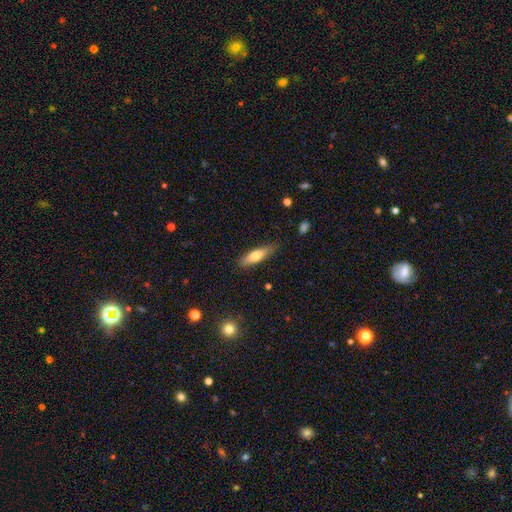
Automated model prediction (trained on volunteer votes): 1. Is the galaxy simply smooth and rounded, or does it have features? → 64% smooth, 30% featured or disk, 6% star or artifact.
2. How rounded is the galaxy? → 63% cigar-shaped, 35% in between, 2% round.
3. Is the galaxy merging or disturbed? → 83% none, 13% minor disturbance, 2% major disturbance, 1% merger.